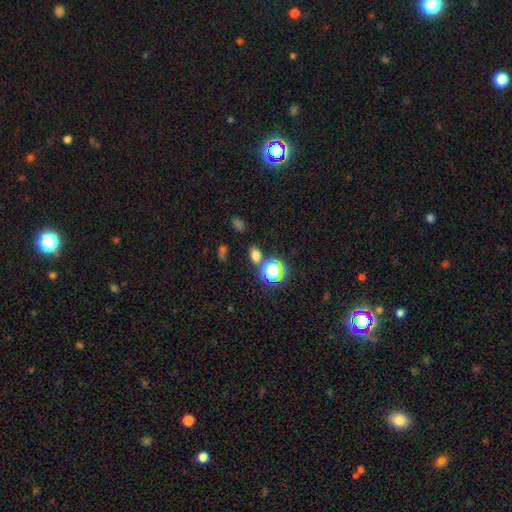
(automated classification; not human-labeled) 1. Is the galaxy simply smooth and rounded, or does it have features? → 67% smooth, 27% star or artifact, 7% featured or disk.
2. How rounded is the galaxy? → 59% in between, 39% round, 2% cigar-shaped.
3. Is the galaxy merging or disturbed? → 76% none, 10% merger, 10% minor disturbance, 4% major disturbance.